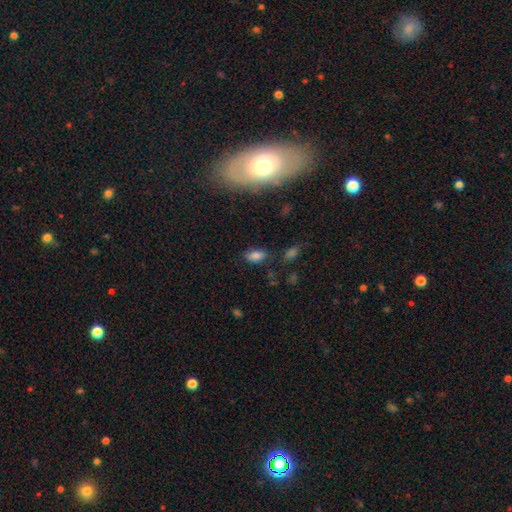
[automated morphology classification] A smooth galaxy with no disk features (80%) that is in between round and cigar-shaped (90%). Merging: none (75%).